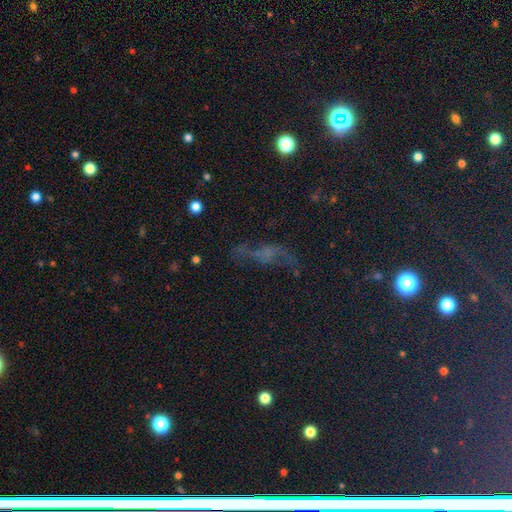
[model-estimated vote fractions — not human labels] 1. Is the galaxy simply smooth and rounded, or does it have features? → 40% featured or disk, 34% star or artifact, 26% smooth.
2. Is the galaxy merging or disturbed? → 48% none, 26% major disturbance, 19% minor disturbance, 7% merger.